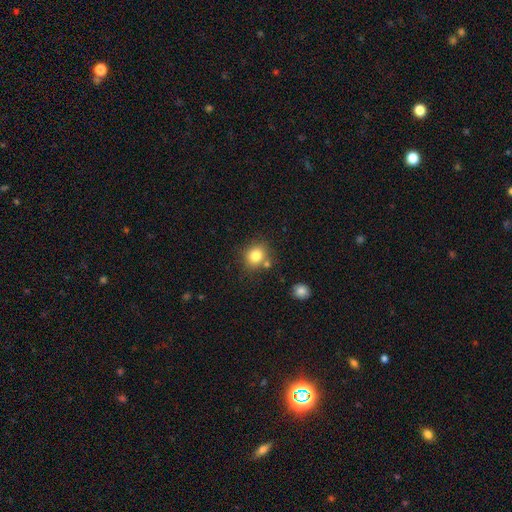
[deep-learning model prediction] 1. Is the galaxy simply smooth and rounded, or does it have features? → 81% smooth, 11% star or artifact, 7% featured or disk.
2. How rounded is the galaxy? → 77% round, 22% in between, 1% cigar-shaped.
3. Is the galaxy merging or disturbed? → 73% none, 12% merger, 12% minor disturbance, 3% major disturbance.